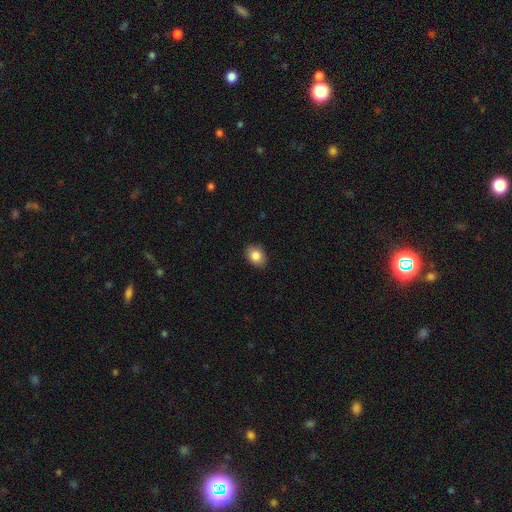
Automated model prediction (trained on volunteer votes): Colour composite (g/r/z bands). It shows a smooth galaxy with no disk features (85%) that is in between round and cigar-shaped (69%). Merging: none (88%).